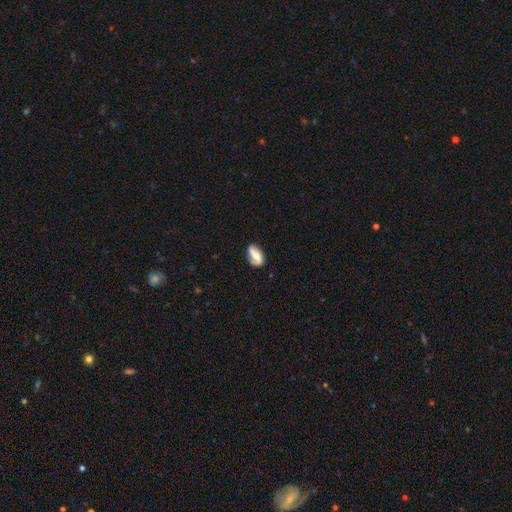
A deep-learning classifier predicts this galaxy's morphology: Smooth or featured: featured or disk — 52% (smooth — 40%)
Edge-on disk: no — 94% (yes — 6%)
Merging: none — 68% (minor disturbance — 21%)